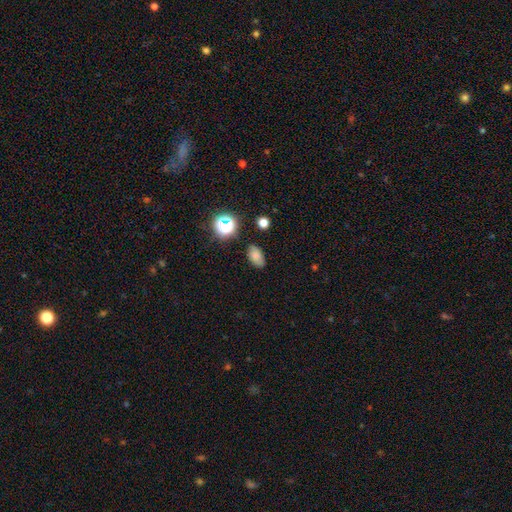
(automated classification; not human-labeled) This is likely a smooth galaxy (75%). How rounded: clearly in between (87%). Merging: likely none (79%).